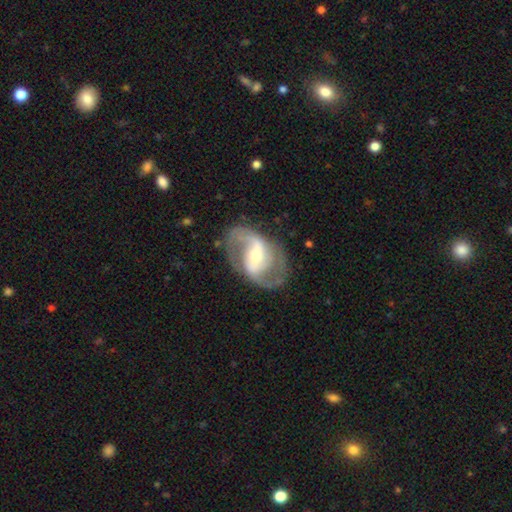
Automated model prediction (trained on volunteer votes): Smooth or featured?
  - featured or disk: 85% *
  - smooth: 9%
  - star or artifact: 5%
Edge-on disk?
  - no: 97% *
  - yes: 3%
Bar?
  - weak: 41% *
  - strong: 40%
  - no: 19%
Spiral arms?
  - yes: 91% *
  - no: 9%
Spiral winding?
  - medium: 49% *
  - loose: 35%
  - tight: 16%
Spiral arm count?
  - 2: 88% *
  - can't tell: 5%
  - 1: 3%
  - 3: 2%
  - 4: 1%
  - more than 4: 1%
Bulge size?
  - moderate: 50% *
  - small: 41%
  - large: 6%
  - none: 2%
  - dominant: 1%
Merging?
  - none: 74% *
  - minor disturbance: 15%
  - major disturbance: 10%
  - merger: 2%